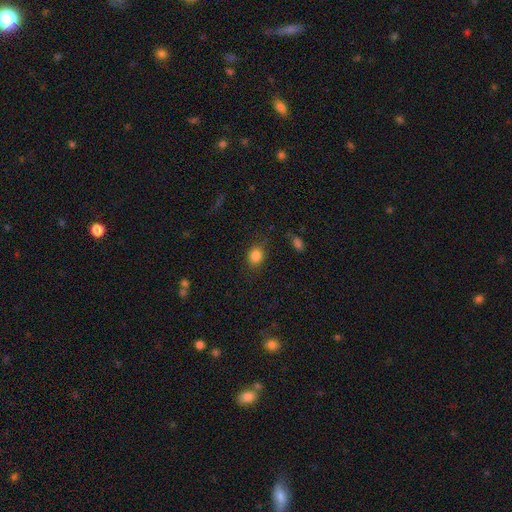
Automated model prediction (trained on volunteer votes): This appears to be a smooth galaxy with no disk features (84%) that is round (56%). Merging: none (80%).